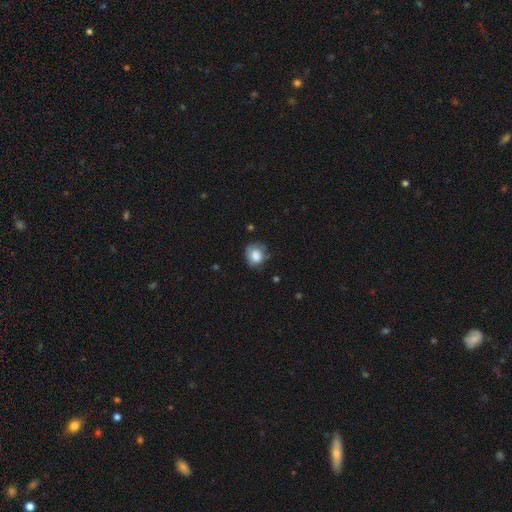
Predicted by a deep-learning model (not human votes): Overall: smooth (77%). How rounded: round (77%). Merging: none (59%; minor disturbance 29%).